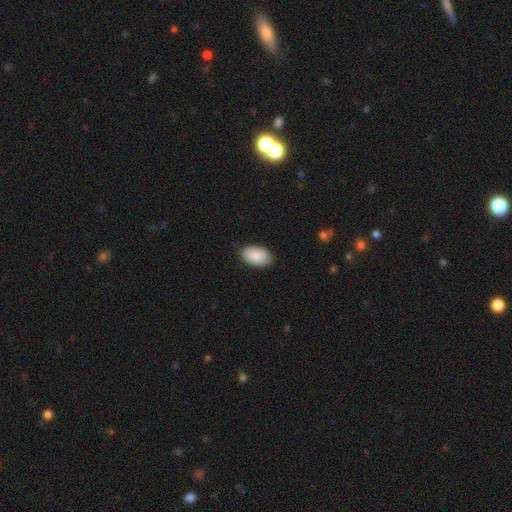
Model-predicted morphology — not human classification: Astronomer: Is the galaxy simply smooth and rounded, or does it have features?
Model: smooth — 89%.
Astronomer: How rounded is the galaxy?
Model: in between — 94%.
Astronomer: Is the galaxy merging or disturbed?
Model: none — 86%.